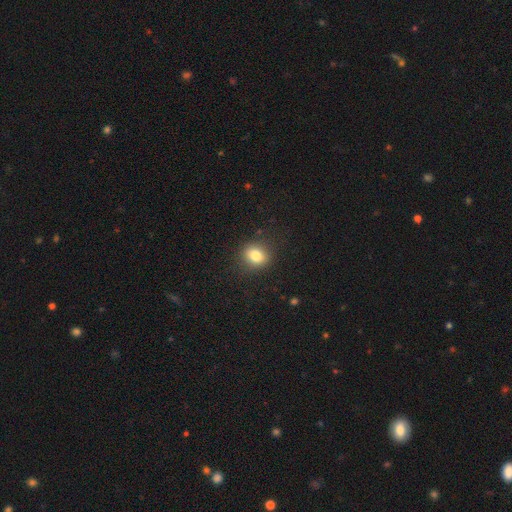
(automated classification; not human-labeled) This appears to be a smooth galaxy with no disk features (80%) that is round (66%). Merging: none (87%).